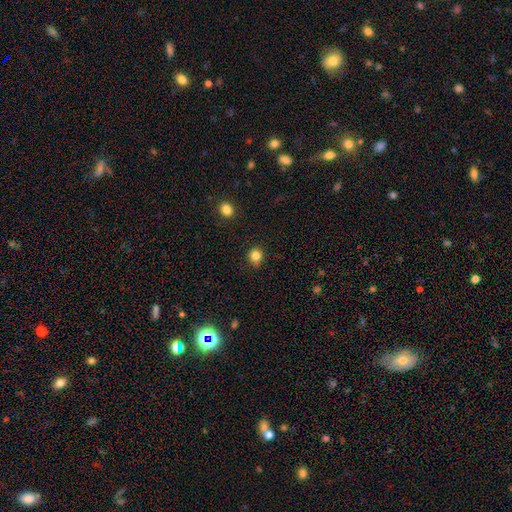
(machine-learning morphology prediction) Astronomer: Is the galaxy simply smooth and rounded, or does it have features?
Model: smooth — 83%.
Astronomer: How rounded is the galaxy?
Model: round — 84%.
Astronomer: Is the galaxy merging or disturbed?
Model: none — 81%.